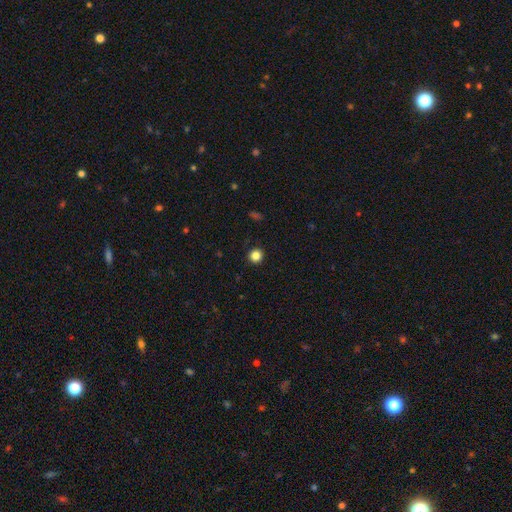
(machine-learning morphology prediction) A smooth galaxy with no disk features (84%) that is round (95%). Merging: none (93%).